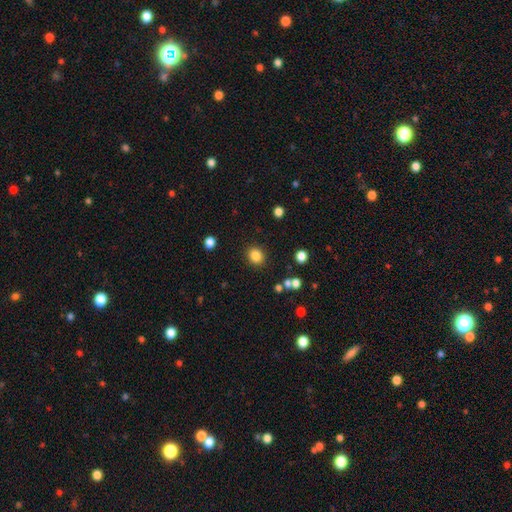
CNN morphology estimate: This appears to be a smooth galaxy with no disk features (84%) that is round (68%). Merging: none (89%).